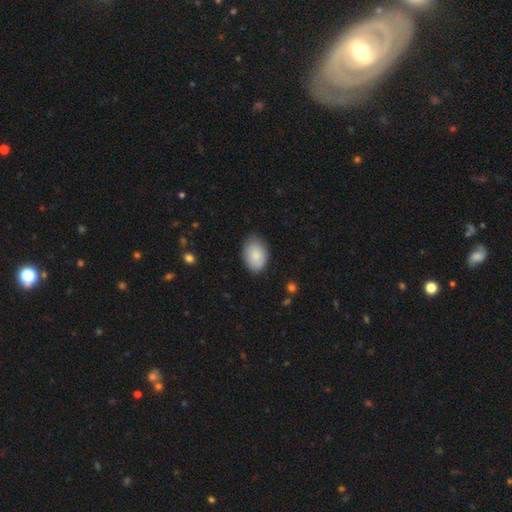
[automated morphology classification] A smooth galaxy with no disk features (87%) that is in between round and cigar-shaped (87%). Merging: none (79%).